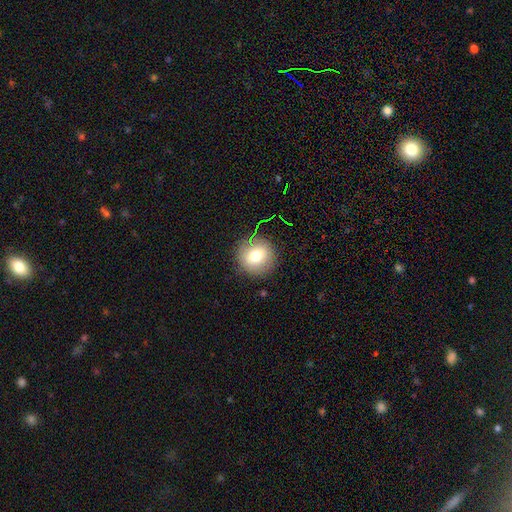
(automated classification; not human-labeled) Smooth or featured? smooth (71%)
How rounded? round (93%)
Merging? none (85%)